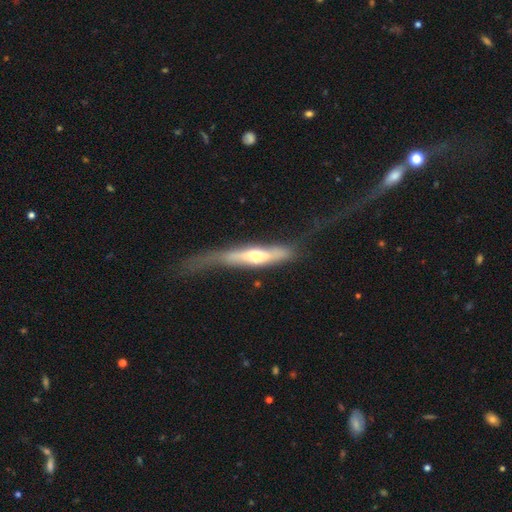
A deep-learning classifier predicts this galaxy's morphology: Q: Smooth or featured?
A: featured or disk (60%); runner-up: smooth (34%)
Q: Edge-on disk?
A: yes (79%); runner-up: no (21%)
Q: Merging?
A: none (37%); runner-up: major disturbance (32%)